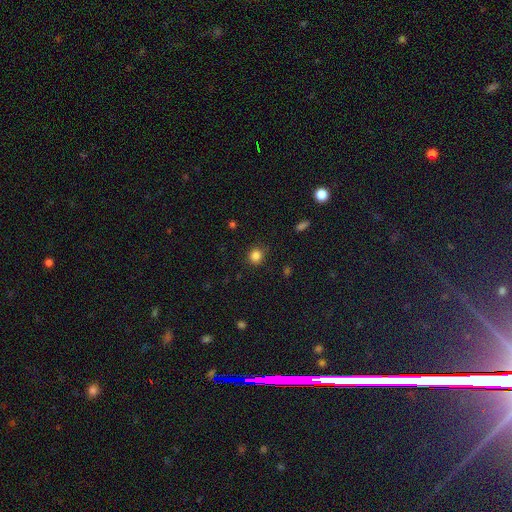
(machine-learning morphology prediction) smooth-or-featured: smooth: 84% | star or artifact: 12% | featured or disk: 4%
  how-rounded: round: 88% | in between: 11% | cigar-shaped: 1%
  merging: none: 87% | minor disturbance: 9% | major disturbance: 3% | merger: 1%